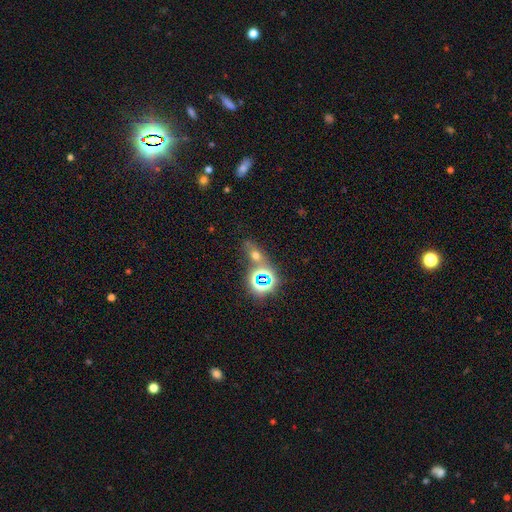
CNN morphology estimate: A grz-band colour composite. It shows a smooth galaxy with no disk features (46%). Merging: none (61%).